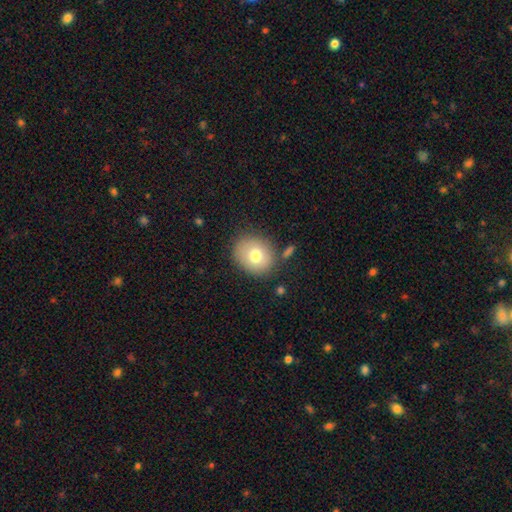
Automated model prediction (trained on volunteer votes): Smooth or featured: smooth — 75% (featured or disk — 16%)
How rounded: round — 68% (in between — 31%)
Merging: none — 79% (minor disturbance — 13%)